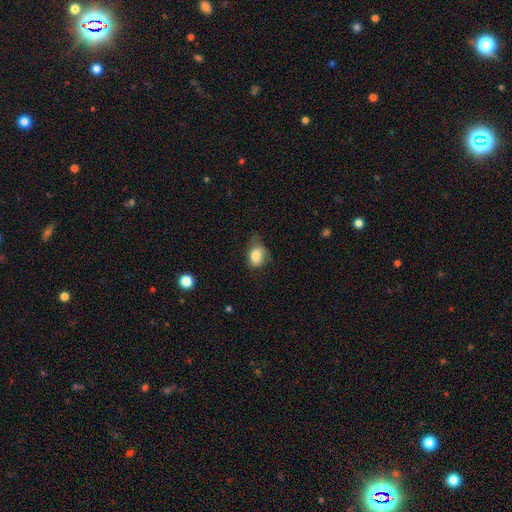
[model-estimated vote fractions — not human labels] A smooth galaxy with no disk features (82%) that is in between round and cigar-shaped (67%). Merging: minor disturbance (41%).